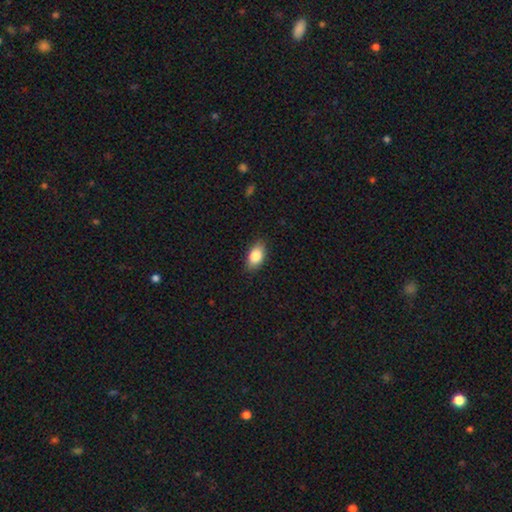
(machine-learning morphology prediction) Smooth or featured: smooth — 84% (featured or disk — 9%)
How rounded: in between — 90% (round — 6%)
Merging: none — 87% (minor disturbance — 10%)